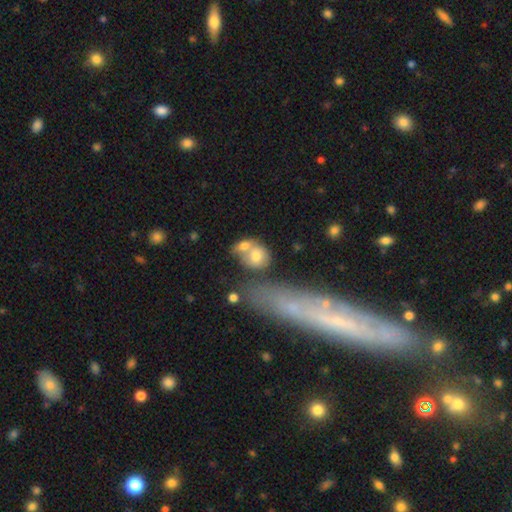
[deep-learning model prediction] Q: Smooth or featured?
A: smooth (67%); runner-up: featured or disk (23%)
Q: How rounded?
A: round (56%); runner-up: in between (41%)
Q: Merging?
A: merger (46%); runner-up: none (35%)